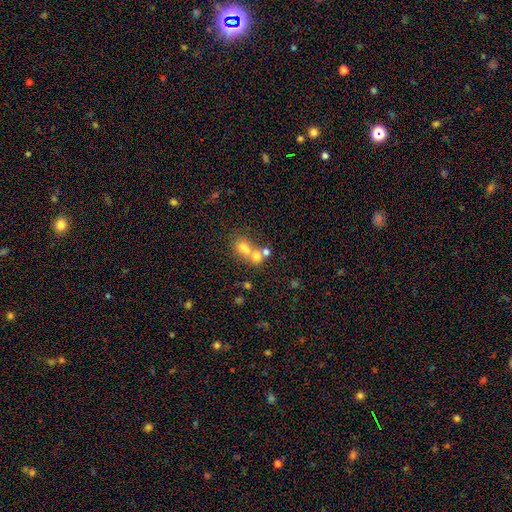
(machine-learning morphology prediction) Overall: smooth (61%). How rounded: round (56%; in between 42%). Merging: merger (58%; none 30%).